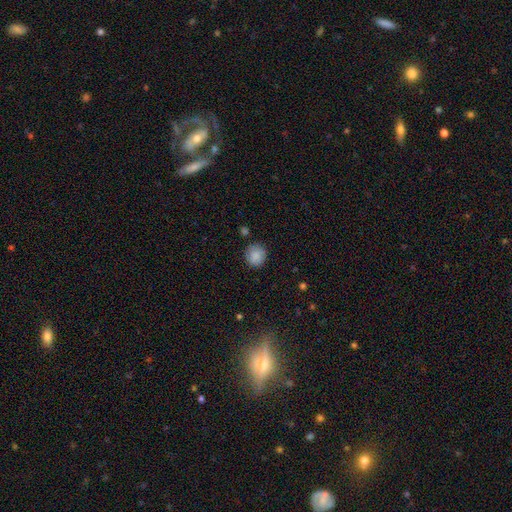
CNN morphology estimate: The model was most divided on "merging": none: 85%, minor disturbance: 11%, major disturbance: 2%, merger: 2%. More confident: how rounded — round (90%); smooth or featured — smooth (86%).